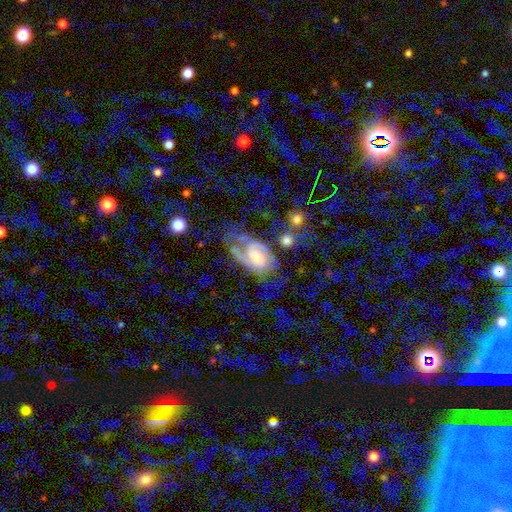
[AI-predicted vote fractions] The model was most divided on "merging": major disturbance: 38%, none: 30%, minor disturbance: 20%, merger: 13%. Remaining: edge-on disk — no (96%); spiral arms — yes (83%); smooth or featured — featured or disk (72%); bar — no (55%); spiral arm count — 2 (48%); bulge size — moderate (45%); spiral winding — medium (44%).